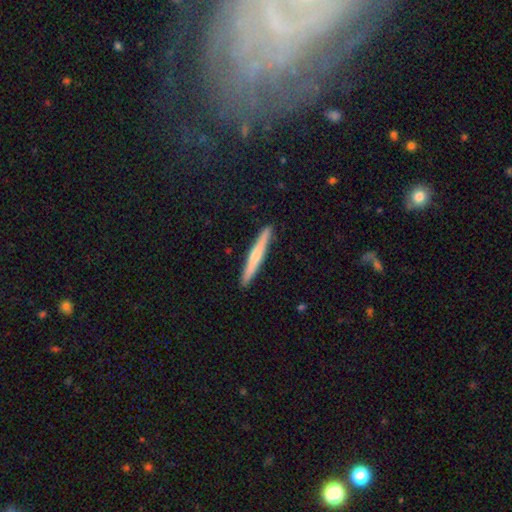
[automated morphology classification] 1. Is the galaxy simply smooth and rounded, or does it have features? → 53% smooth, 42% featured or disk, 5% star or artifact.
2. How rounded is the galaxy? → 96% cigar-shaped, 3% in between, 1% round.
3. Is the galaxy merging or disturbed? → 92% none, 6% minor disturbance, 1% major disturbance, 1% merger.